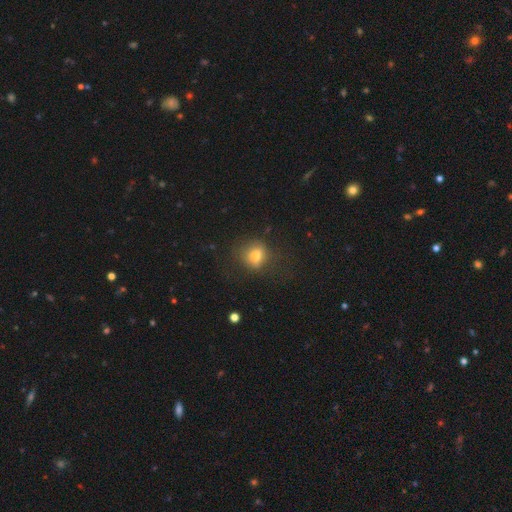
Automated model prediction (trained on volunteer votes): Smooth or featured? smooth (69%)
How rounded? round (53%)
Merging? none (63%)